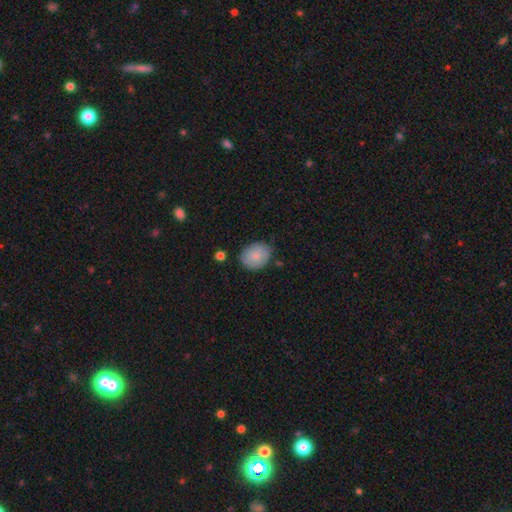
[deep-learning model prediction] Smooth or featured?
  - smooth: 80% *
  - featured or disk: 13%
  - star or artifact: 7%
How rounded?
  - in between: 54% *
  - round: 45%
  - cigar-shaped: 1%
Merging?
  - none: 74% *
  - minor disturbance: 20%
  - major disturbance: 4%
  - merger: 3%